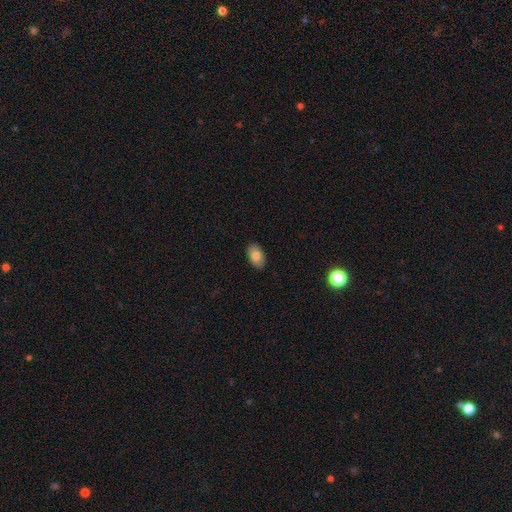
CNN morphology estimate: Smooth or featured? Predicted: smooth (p=0.80). How rounded? Predicted: in between (p=0.91). Merging? Predicted: none (p=0.88).